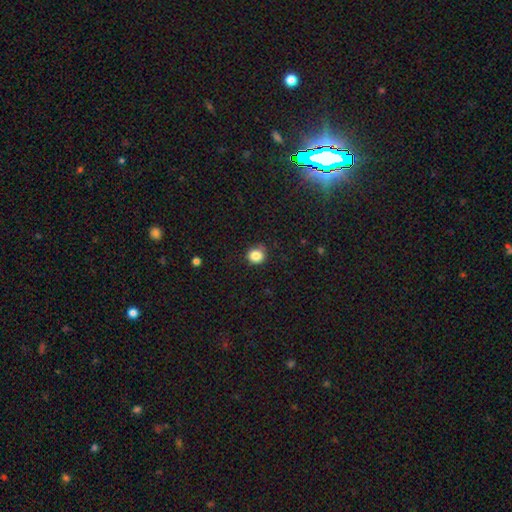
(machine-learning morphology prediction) Smooth or featured: smooth — 85% (star or artifact — 11%)
How rounded: round — 87% (in between — 12%)
Merging: none — 78% (minor disturbance — 17%)